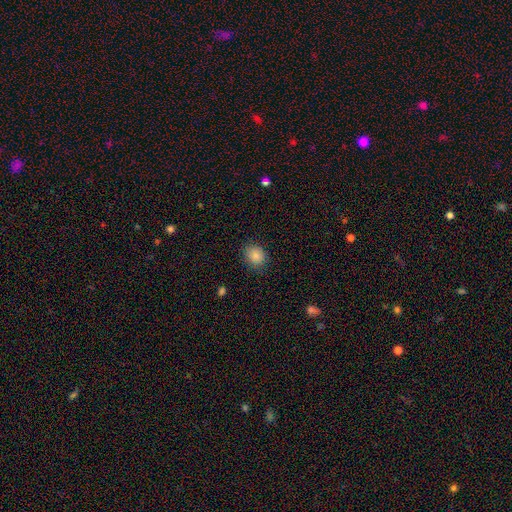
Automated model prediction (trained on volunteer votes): Smooth or featured?
  - smooth: 85% *
  - star or artifact: 10%
  - featured or disk: 5%
How rounded?
  - round: 66% *
  - in between: 33%
  - cigar-shaped: 1%
Merging?
  - none: 85% *
  - minor disturbance: 11%
  - major disturbance: 3%
  - merger: 1%